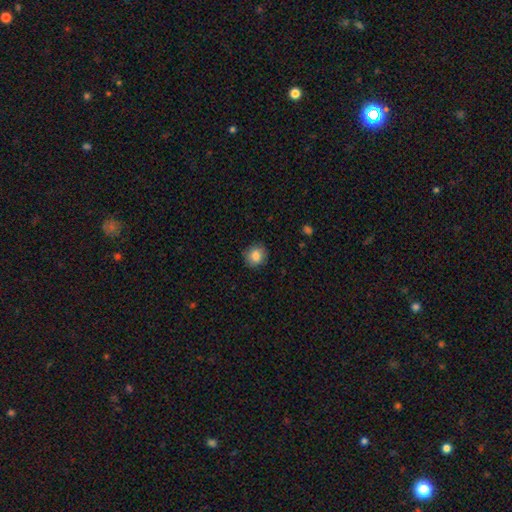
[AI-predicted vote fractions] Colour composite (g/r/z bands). It shows a smooth galaxy with no disk features (85%) that is round (80%). Merging: none (87%).